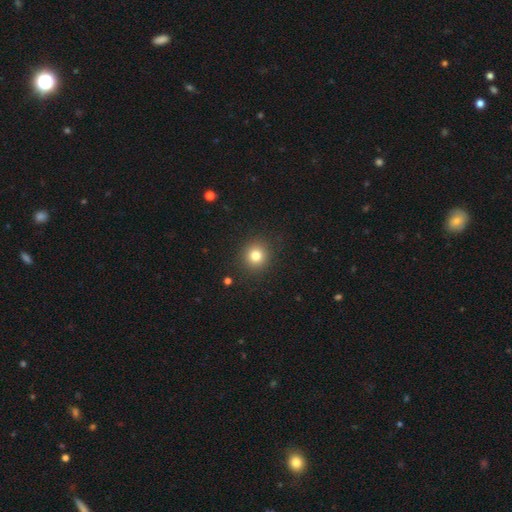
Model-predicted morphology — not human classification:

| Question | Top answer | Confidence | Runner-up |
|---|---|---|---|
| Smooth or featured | smooth | 80% | star or artifact (12%) |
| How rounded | round | 89% | in between (11%) |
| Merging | none | 90% | minor disturbance (7%) |